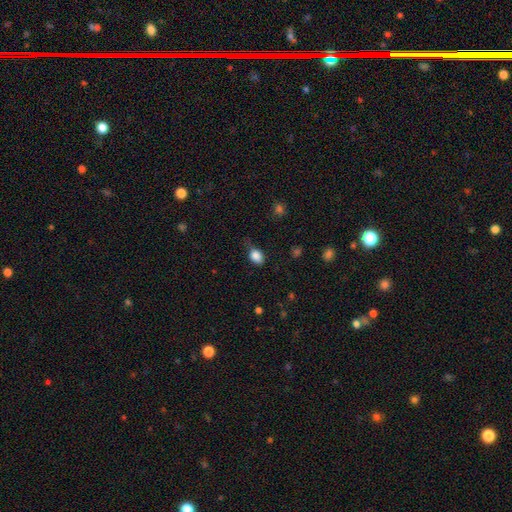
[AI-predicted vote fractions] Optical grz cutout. It shows a smooth galaxy with no disk features (85%) that is in between round and cigar-shaped (73%). Merging: none (54%).